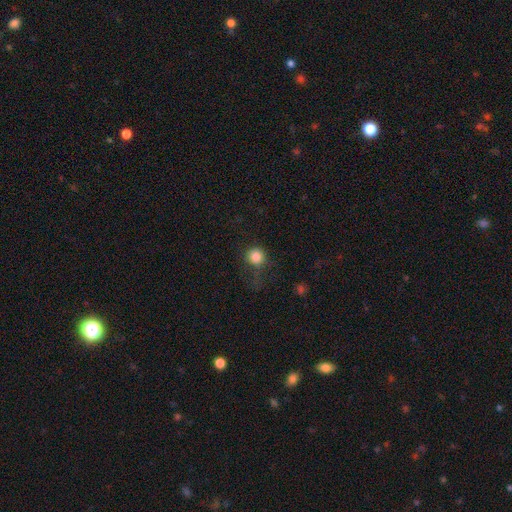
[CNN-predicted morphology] smooth-or-featured: smooth: 83% | star or artifact: 12% | featured or disk: 5%
  how-rounded: round: 94% | in between: 5% | cigar-shaped: 1%
  merging: none: 70% | minor disturbance: 16% | major disturbance: 11% | merger: 2%